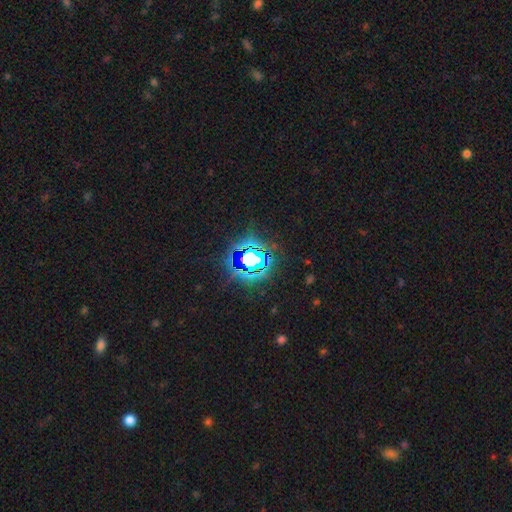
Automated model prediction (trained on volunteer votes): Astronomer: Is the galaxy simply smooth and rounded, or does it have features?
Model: star or artifact — 73%.